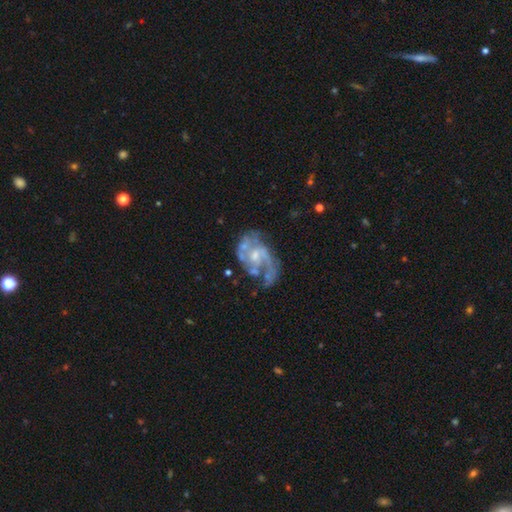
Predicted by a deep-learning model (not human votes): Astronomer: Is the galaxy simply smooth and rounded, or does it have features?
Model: featured or disk — 86%.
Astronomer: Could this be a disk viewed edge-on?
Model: no — 98%.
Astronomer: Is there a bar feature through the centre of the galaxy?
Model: no — 53% (runner-up: weak, 40%).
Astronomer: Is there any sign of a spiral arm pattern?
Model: yes — 89%.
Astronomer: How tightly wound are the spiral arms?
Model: medium — 48% (runner-up: loose, 32%).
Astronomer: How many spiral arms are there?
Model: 2 — 60%.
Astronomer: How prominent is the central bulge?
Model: small — 50% (runner-up: moderate, 37%).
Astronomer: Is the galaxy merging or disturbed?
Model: none — 46% (runner-up: major disturbance, 25%).